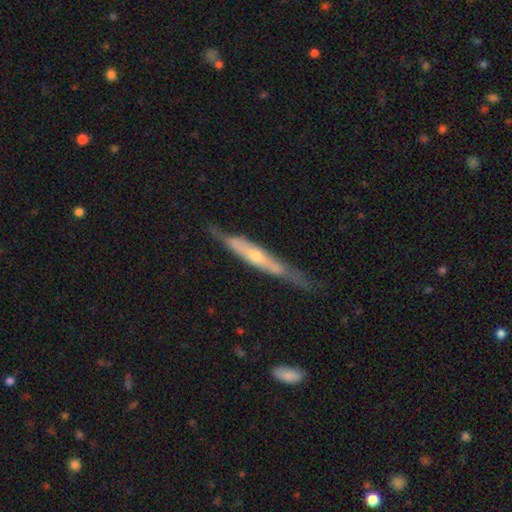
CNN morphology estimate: A featured or disk galaxy (69%) viewed edge-on (83%) with a rounded central bulge (62%). Merging: none (66%).